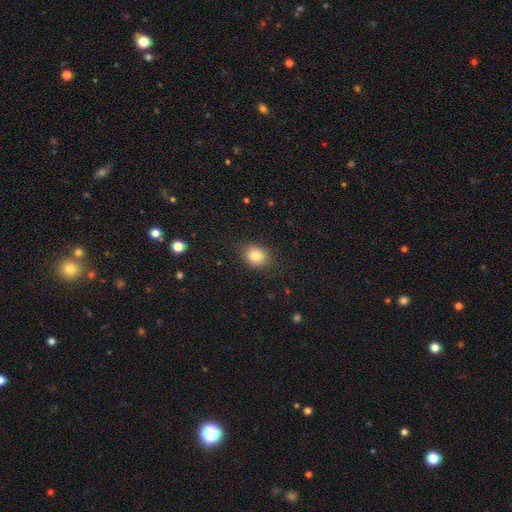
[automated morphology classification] Smooth or featured? Predicted: smooth (p=0.82). How rounded? Predicted: round (p=0.61). Merging? Predicted: none (p=0.85).